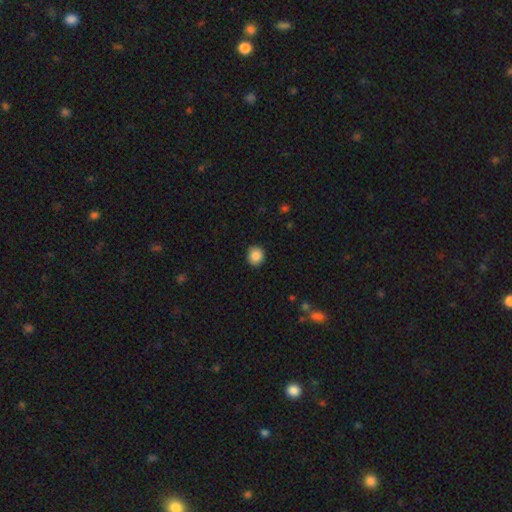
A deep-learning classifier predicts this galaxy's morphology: type=smooth (87%); roundness=round (85%); merging=none (89%).